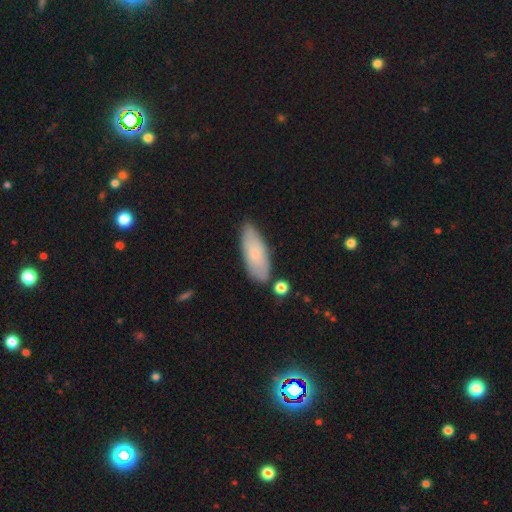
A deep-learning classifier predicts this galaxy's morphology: A smooth galaxy with no disk features (74%) that is in between round and cigar-shaped (75%). Merging: none (73%).